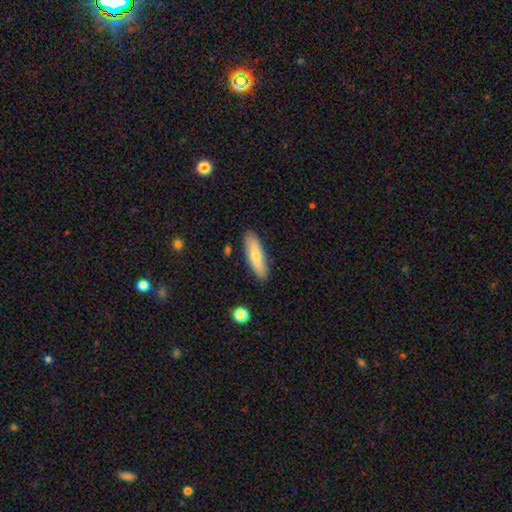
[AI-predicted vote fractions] This is likely a smooth galaxy (68%). How rounded: possibly cigar-shaped (58%). Merging: clearly none (85%).